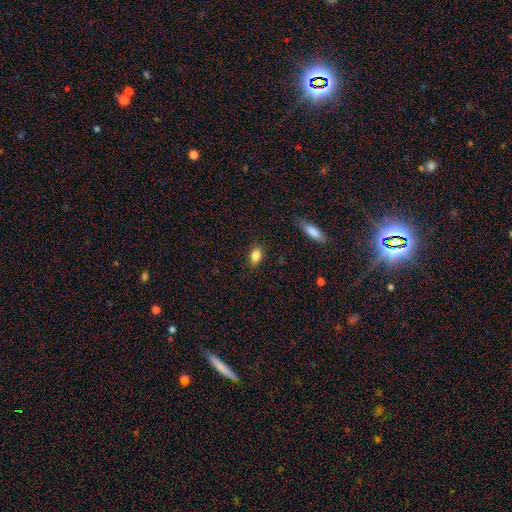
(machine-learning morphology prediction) Smooth or featured? smooth (83%)
How rounded? in between (82%)
Merging? none (87%)